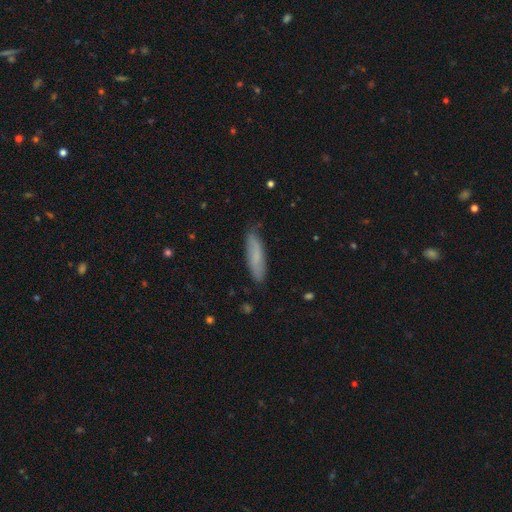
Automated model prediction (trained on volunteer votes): Smooth or featured? Predicted: smooth (p=0.71). How rounded? Predicted: cigar-shaped (p=0.72). Merging? Predicted: none (p=0.81).